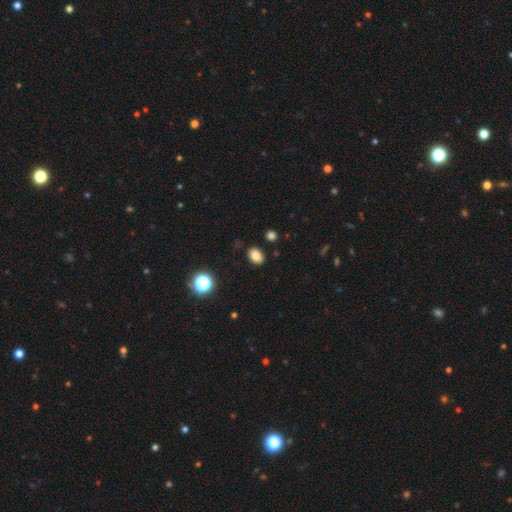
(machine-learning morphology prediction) Q: Smooth or featured?
A: smooth (83%); runner-up: star or artifact (12%)
Q: How rounded?
A: in between (79%); runner-up: round (20%)
Q: Merging?
A: none (86%); runner-up: minor disturbance (10%)